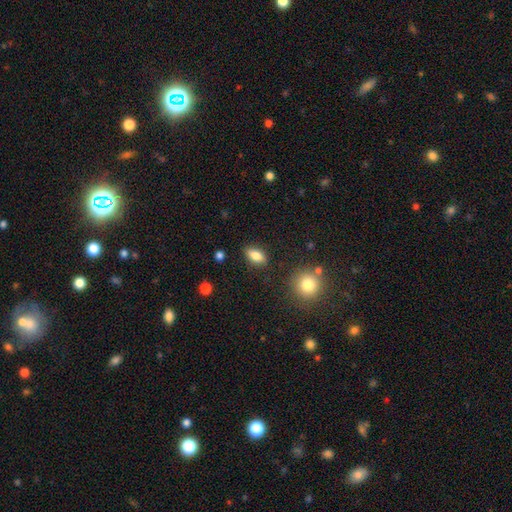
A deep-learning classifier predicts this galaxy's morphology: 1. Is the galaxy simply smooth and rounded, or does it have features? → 82% smooth, 10% featured or disk, 8% star or artifact.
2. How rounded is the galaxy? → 88% in between, 6% round, 6% cigar-shaped.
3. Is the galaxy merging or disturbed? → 86% none, 10% minor disturbance, 3% major disturbance, 2% merger.